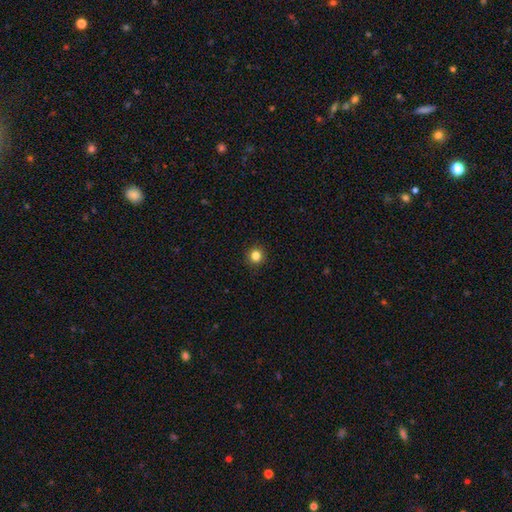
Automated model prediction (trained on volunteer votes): Smooth or featured? Predicted: smooth (p=0.83). How rounded? Predicted: round (p=0.94). Merging? Predicted: none (p=0.92).